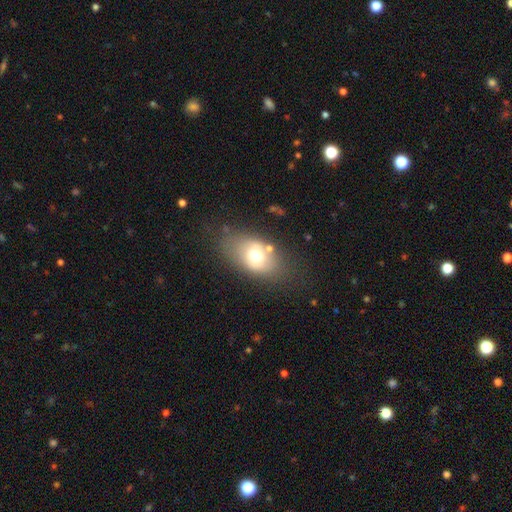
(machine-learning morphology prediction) A smooth galaxy with no disk features (62%) that is in between round and cigar-shaped (81%).

Vote fractions:
- Smooth or featured? smooth: 62% / featured or disk: 28% / star or artifact: 10%
- How rounded? in between: 81% / round: 17% / cigar-shaped: 2%
- Merging? none: 67% / minor disturbance: 18% / major disturbance: 8% / merger: 7%